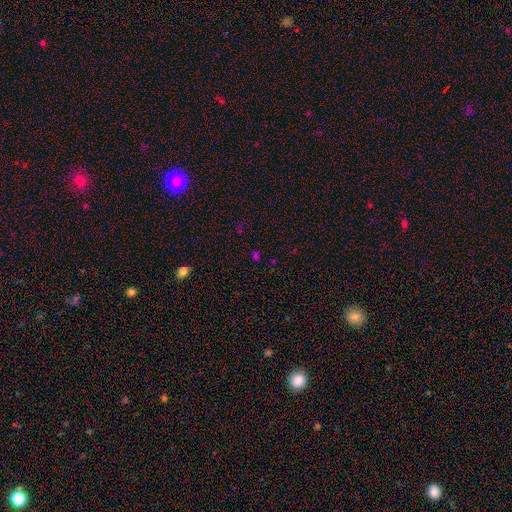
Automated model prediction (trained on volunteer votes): smooth_or_featured: smooth (p=0.50) [alt: star or artifact p=0.44]
how_rounded: in between (p=0.54) [alt: round p=0.43]
merging: none (p=0.76) [alt: minor disturbance p=0.13]